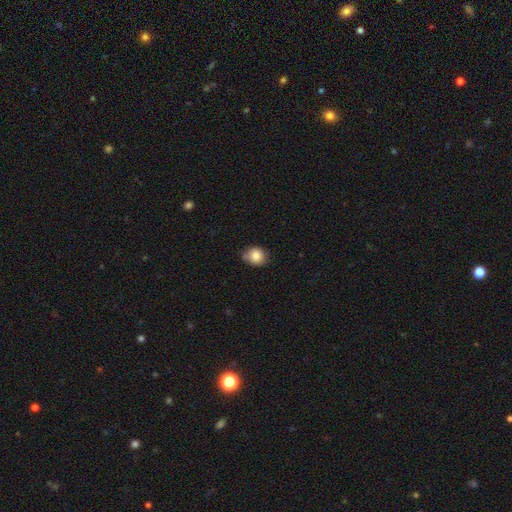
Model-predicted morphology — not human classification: smooth_or_featured: smooth (p=0.83) [alt: star or artifact p=0.09]
how_rounded: round (p=0.71) [alt: in between p=0.28]
merging: none (p=0.64) [alt: minor disturbance p=0.28]